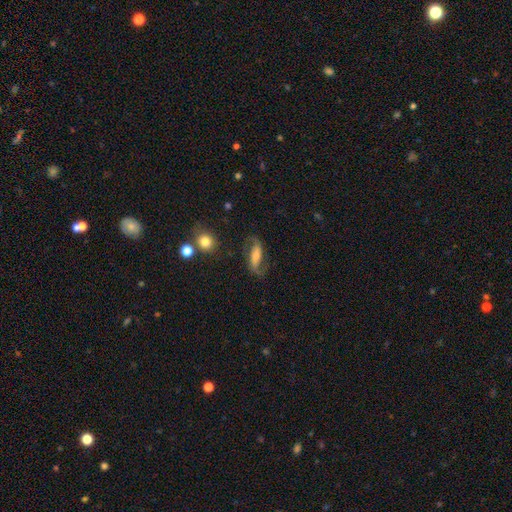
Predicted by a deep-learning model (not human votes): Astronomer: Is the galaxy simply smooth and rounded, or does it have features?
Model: featured or disk — 73%.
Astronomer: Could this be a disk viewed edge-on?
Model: no — 90%.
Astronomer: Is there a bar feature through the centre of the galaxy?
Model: strong — 40% (runner-up: weak, 32%).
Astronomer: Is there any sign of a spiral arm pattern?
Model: yes — 93%.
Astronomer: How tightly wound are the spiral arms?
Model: loose — 61%.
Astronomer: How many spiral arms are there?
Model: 2 — 91%.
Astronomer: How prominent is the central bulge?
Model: moderate — 43% (runner-up: small, 35%).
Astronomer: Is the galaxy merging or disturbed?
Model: none — 71%.